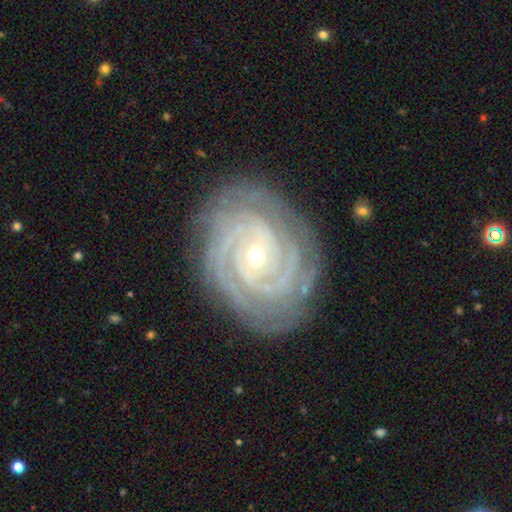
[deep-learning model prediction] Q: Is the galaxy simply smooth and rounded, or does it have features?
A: featured or disk — 91%.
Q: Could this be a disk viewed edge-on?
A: no — 97%.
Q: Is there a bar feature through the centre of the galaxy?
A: no — 67%.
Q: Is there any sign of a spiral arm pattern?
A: yes — 98%.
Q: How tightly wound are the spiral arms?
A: tight — 87%.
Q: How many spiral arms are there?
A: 3 — 25%.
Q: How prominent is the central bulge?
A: small — 65%.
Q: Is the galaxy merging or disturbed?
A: none — 84%.